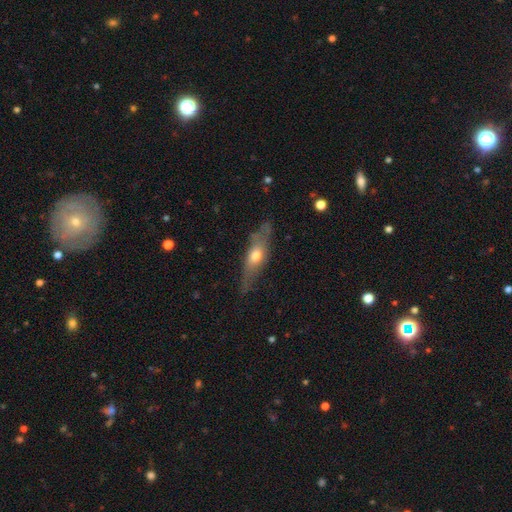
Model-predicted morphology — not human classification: A smooth galaxy with no disk features (48%).

Vote fractions:
- Smooth or featured? smooth: 48% / featured or disk: 46% / star or artifact: 7%
- Merging? none: 64% / minor disturbance: 24% / major disturbance: 10% / merger: 2%